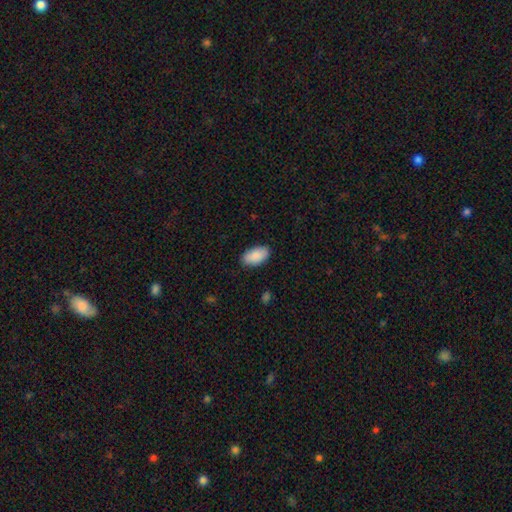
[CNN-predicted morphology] Smooth or featured? Predicted: smooth (p=0.90). How rounded? Predicted: in between (p=0.95). Merging? Predicted: none (p=0.87).